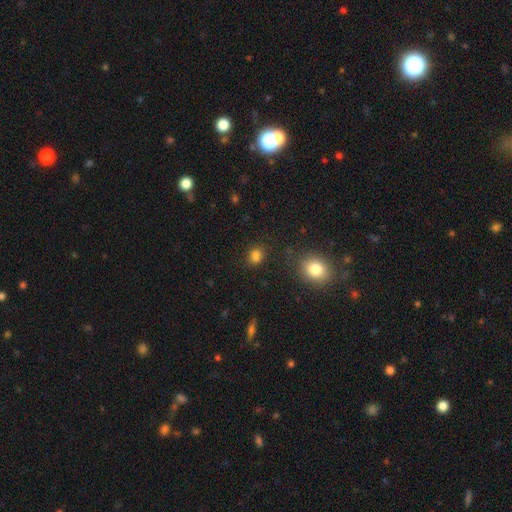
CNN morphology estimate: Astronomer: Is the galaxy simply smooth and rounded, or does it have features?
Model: smooth — 80%.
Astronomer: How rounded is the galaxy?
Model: round — 62%.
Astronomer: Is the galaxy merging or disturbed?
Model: none — 75%.